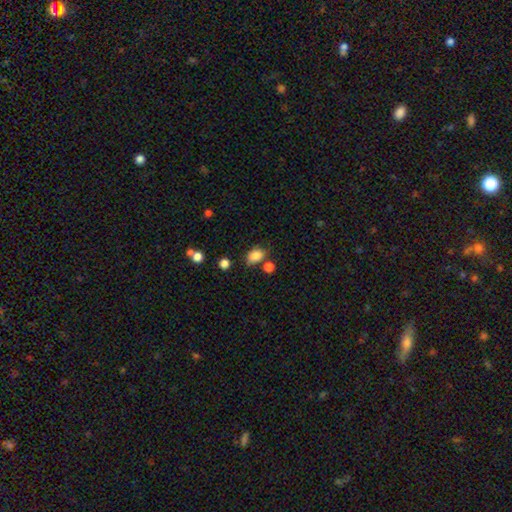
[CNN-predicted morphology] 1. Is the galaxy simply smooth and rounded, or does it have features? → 85% smooth, 10% star or artifact, 5% featured or disk.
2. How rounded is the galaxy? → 75% in between, 23% round, 1% cigar-shaped.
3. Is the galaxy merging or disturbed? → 62% none, 20% minor disturbance, 12% merger, 6% major disturbance.